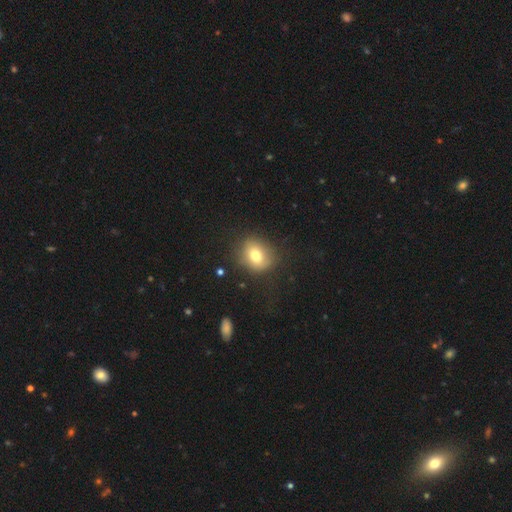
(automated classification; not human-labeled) Smooth or featured: smooth — 76% (featured or disk — 14%)
How rounded: round — 58% (in between — 41%)
Merging: none — 76% (minor disturbance — 16%)